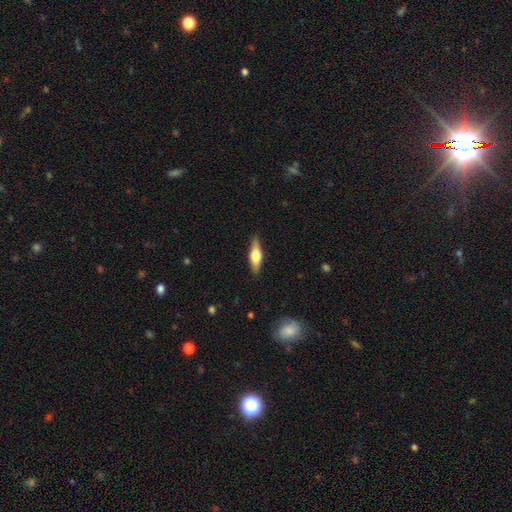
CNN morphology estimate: smooth_or_featured: featured or disk (p=0.52) [alt: smooth p=0.42]
disk_edge_on: yes (p=0.94) [alt: no p=0.06]
merging: none (p=0.88) [alt: minor disturbance p=0.09]